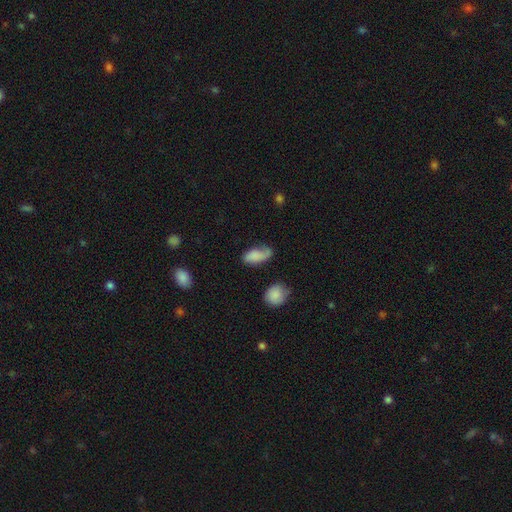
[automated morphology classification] A smooth galaxy with no disk features (70%) that is in between round and cigar-shaped (89%).

Vote fractions:
- Smooth or featured? smooth: 70% / featured or disk: 21% / star or artifact: 8%
- How rounded? in between: 89% / cigar-shaped: 7% / round: 4%
- Merging? none: 47% / minor disturbance: 30% / major disturbance: 18% / merger: 5%